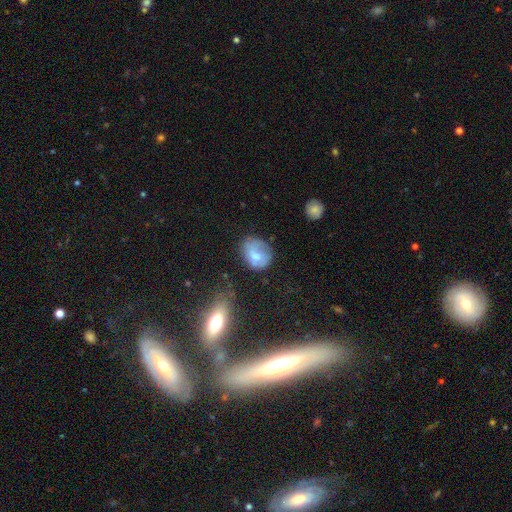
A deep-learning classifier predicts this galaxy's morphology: Overall: smooth (67%). How rounded: in between (52%; round 47%). Merging: none (51%; minor disturbance 31%).